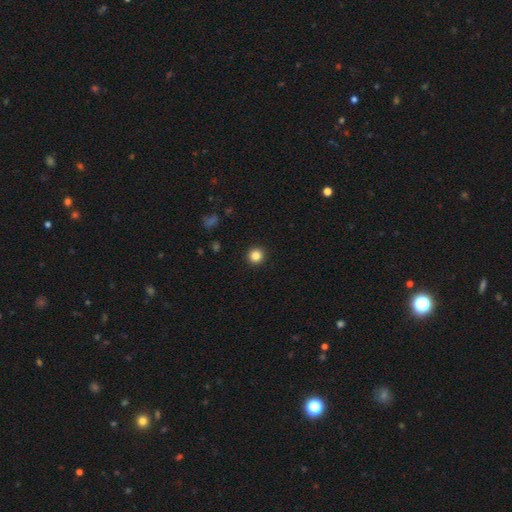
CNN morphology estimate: Q: Smooth or featured?
A: smooth (84%); runner-up: star or artifact (12%)
Q: How rounded?
A: round (94%); runner-up: in between (5%)
Q: Merging?
A: none (93%); runner-up: minor disturbance (4%)